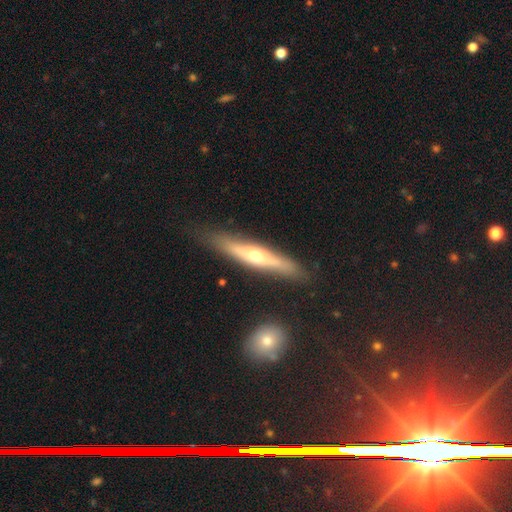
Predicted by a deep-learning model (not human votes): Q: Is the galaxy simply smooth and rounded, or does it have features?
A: featured or disk — 58%.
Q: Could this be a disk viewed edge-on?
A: yes — 88%.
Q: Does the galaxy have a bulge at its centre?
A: rounded — 87%.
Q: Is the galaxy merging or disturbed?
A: none — 82%.